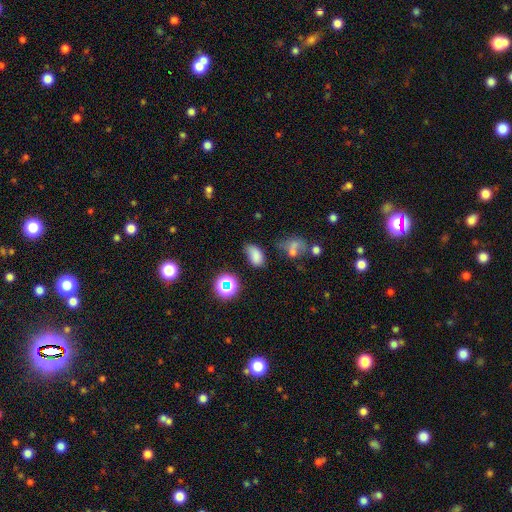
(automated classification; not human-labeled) smooth-or-featured: smooth: 74% | star or artifact: 17% | featured or disk: 9%
  how-rounded: in between: 89% | round: 9% | cigar-shaped: 2%
  merging: none: 59% | minor disturbance: 25% | major disturbance: 9% | merger: 7%